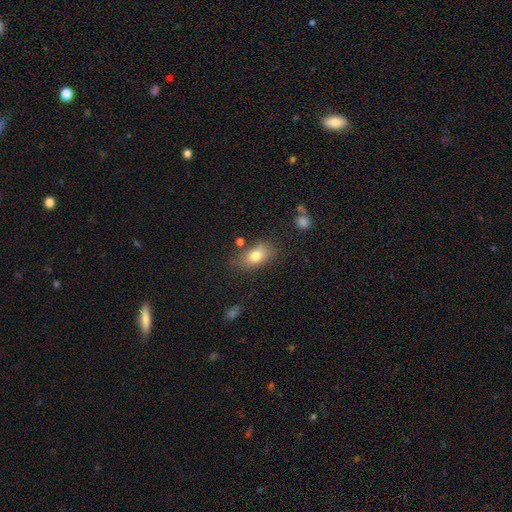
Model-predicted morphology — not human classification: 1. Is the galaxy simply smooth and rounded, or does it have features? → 79% smooth, 12% featured or disk, 9% star or artifact.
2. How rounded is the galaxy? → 86% in between, 12% round, 3% cigar-shaped.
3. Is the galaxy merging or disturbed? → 69% none, 19% minor disturbance, 6% major disturbance, 6% merger.